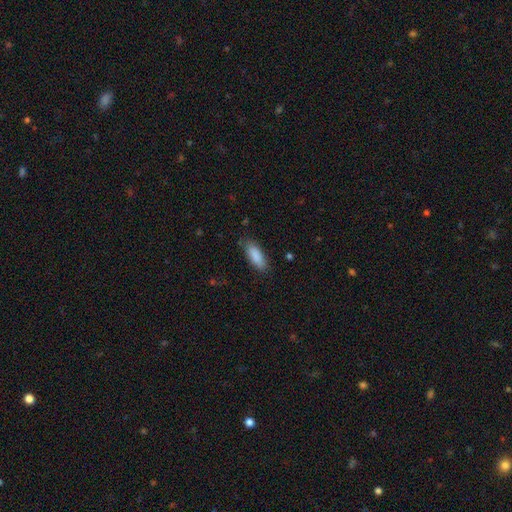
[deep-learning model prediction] Q: Smooth or featured?
A: smooth (88%); runner-up: star or artifact (6%)
Q: How rounded?
A: in between (71%); runner-up: cigar-shaped (28%)
Q: Merging?
A: none (83%); runner-up: minor disturbance (13%)